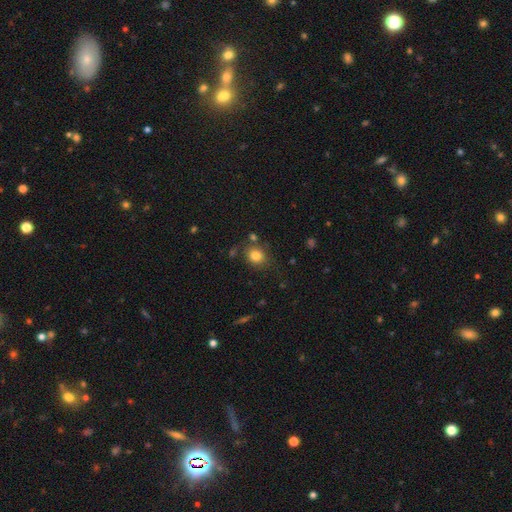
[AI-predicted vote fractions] Overall: smooth (80%). How rounded: round (67%; in between 32%). Merging: none (76%).